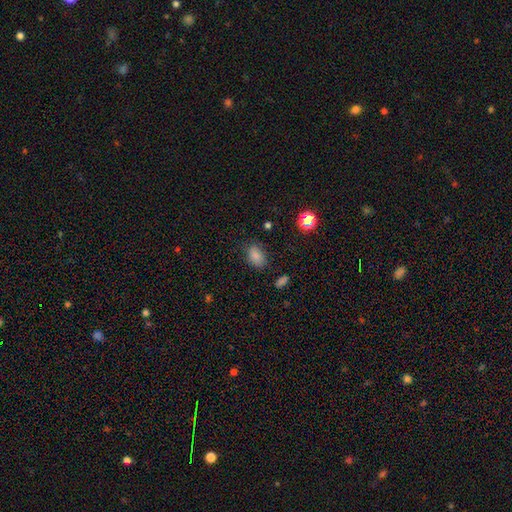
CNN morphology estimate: Smooth or featured: smooth — 82% (star or artifact — 13%)
How rounded: in between — 82% (round — 17%)
Merging: none — 77% (minor disturbance — 17%)